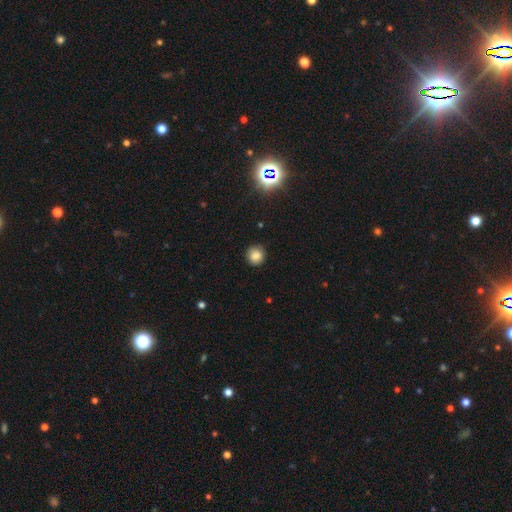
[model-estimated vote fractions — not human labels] Overall: smooth (82%). How rounded: round (90%). Merging: none (85%).